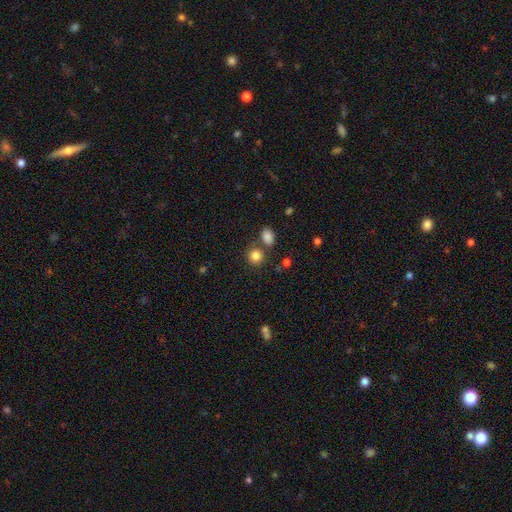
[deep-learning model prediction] Smooth or featured?
  - smooth: 84% *
  - star or artifact: 11%
  - featured or disk: 5%
How rounded?
  - round: 83% *
  - in between: 16%
  - cigar-shaped: 1%
Merging?
  - none: 67% *
  - merger: 20%
  - minor disturbance: 9%
  - major disturbance: 4%